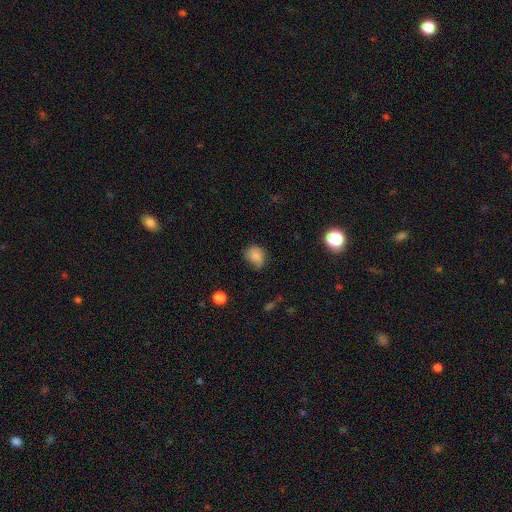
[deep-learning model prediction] This is likely a smooth galaxy (78%). How rounded: possibly round (57%). Merging: possibly none (54%).